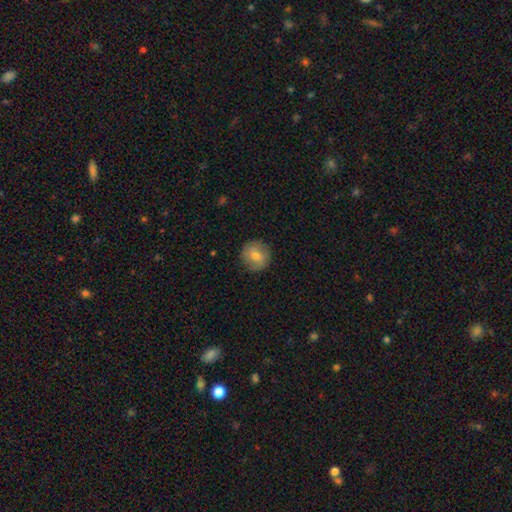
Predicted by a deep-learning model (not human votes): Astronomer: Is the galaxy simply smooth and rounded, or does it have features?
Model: smooth — 72%.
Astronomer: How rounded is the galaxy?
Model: round — 93%.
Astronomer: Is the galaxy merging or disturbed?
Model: none — 88%.